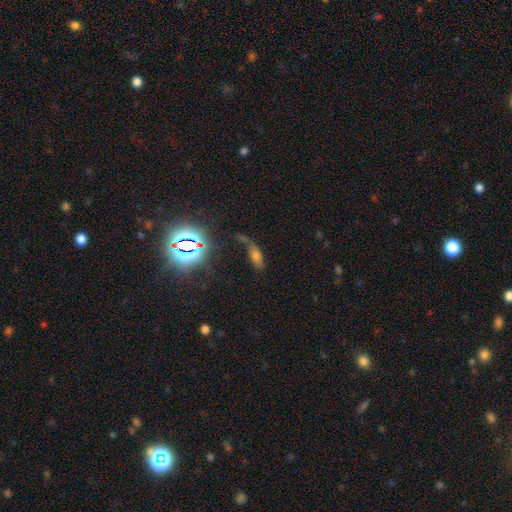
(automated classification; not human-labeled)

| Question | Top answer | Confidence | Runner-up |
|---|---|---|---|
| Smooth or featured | smooth | 46% | star or artifact (31%) |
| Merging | none | 43% | major disturbance (24%) |